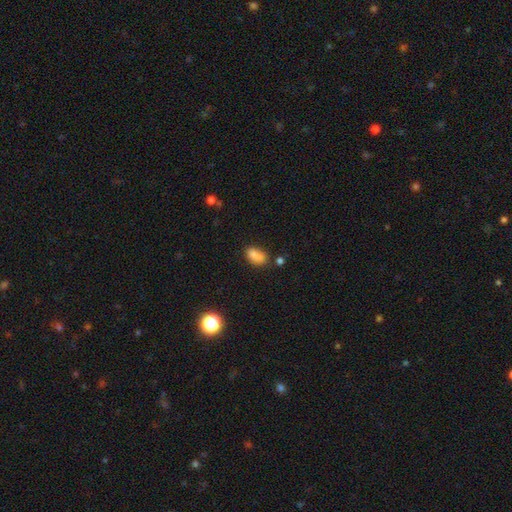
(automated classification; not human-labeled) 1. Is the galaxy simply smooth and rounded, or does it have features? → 80% smooth, 11% star or artifact, 9% featured or disk.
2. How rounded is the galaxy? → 85% in between, 11% round, 5% cigar-shaped.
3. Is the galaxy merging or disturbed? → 51% none, 21% merger, 21% minor disturbance, 7% major disturbance.